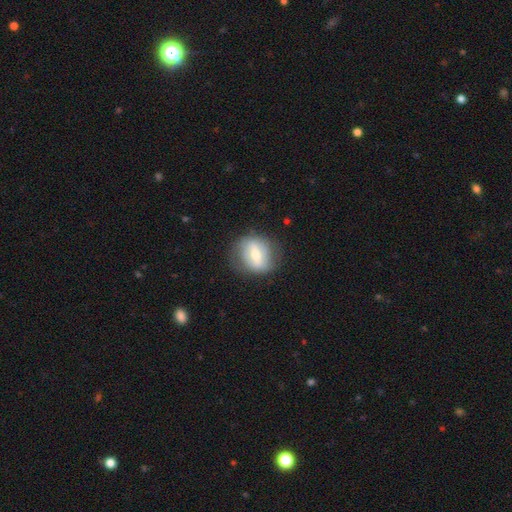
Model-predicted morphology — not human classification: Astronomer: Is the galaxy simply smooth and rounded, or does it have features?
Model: featured or disk — 52% (runner-up: smooth, 41%).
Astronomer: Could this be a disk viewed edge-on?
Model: no — 86%.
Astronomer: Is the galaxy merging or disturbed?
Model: none — 74%.